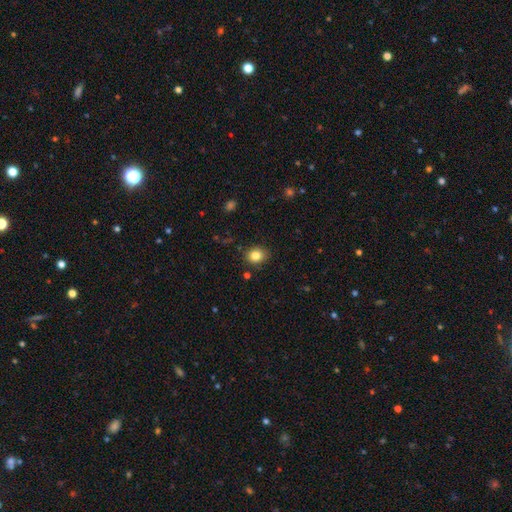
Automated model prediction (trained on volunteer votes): Overall: smooth (83%). How rounded: round (66%; in between 33%). Merging: none (86%).